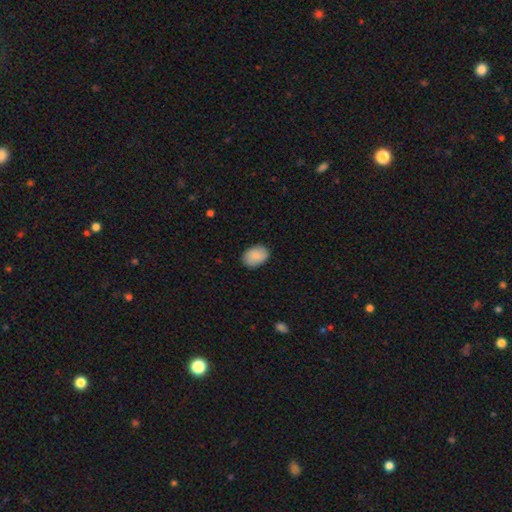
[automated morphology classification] smooth 88%, star or artifact 6%, featured or disk 6%. Down the decision tree: how rounded — in between (80%); merging — none (86%).